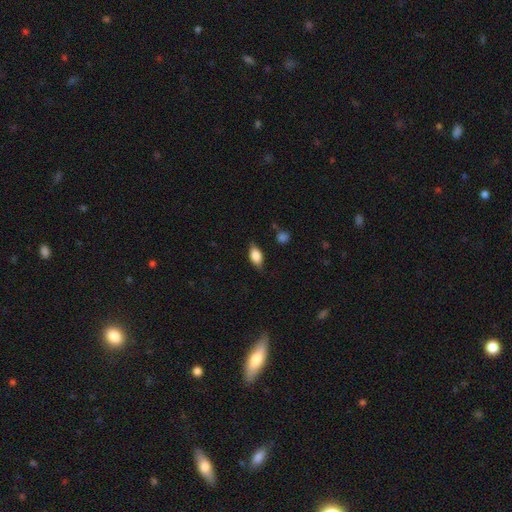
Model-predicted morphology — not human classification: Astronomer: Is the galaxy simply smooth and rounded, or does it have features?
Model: smooth — 76%.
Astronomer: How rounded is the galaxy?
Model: in between — 85%.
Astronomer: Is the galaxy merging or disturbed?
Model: none — 78%.